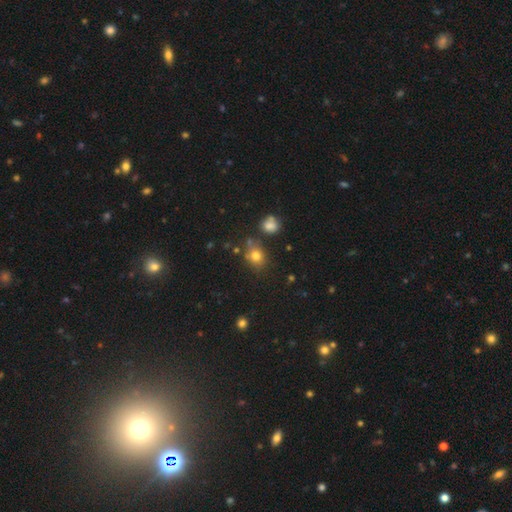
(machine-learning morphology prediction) smooth-or-featured: smooth: 76% | star or artifact: 15% | featured or disk: 9%
  how-rounded: round: 59% | in between: 39% | cigar-shaped: 1%
  merging: none: 67% | minor disturbance: 16% | merger: 11% | major disturbance: 5%